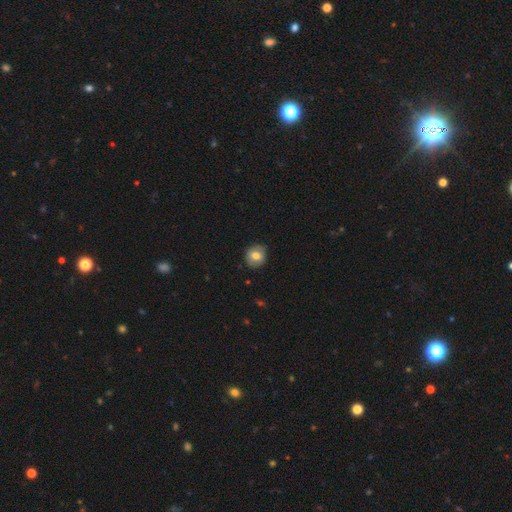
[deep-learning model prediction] A smooth galaxy with no disk features (67%) that is round (74%). Merging: none (84%).